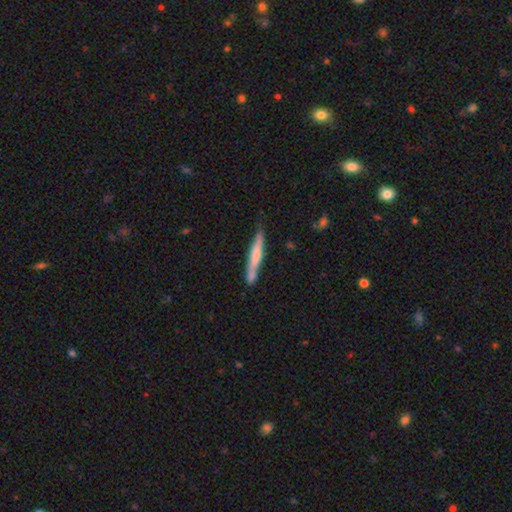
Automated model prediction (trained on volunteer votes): The model was most divided on "smooth or featured": smooth: 54%, featured or disk: 40%, star or artifact: 5%. More confident: how rounded — cigar-shaped (94%); merging — none (66%).